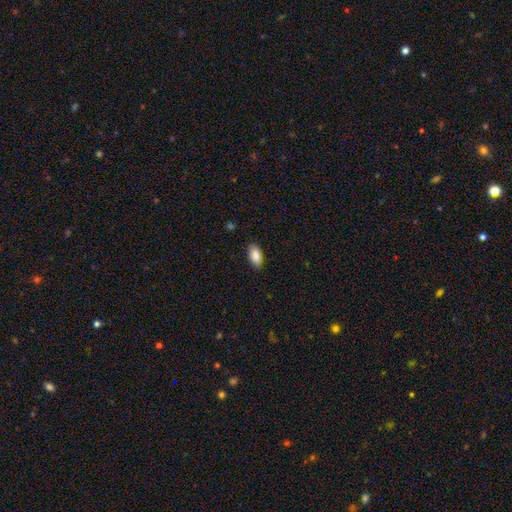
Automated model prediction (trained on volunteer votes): Smooth or featured: smooth — 88% (star or artifact — 7%)
How rounded: in between — 92% (cigar-shaped — 6%)
Merging: none — 83% (minor disturbance — 14%)